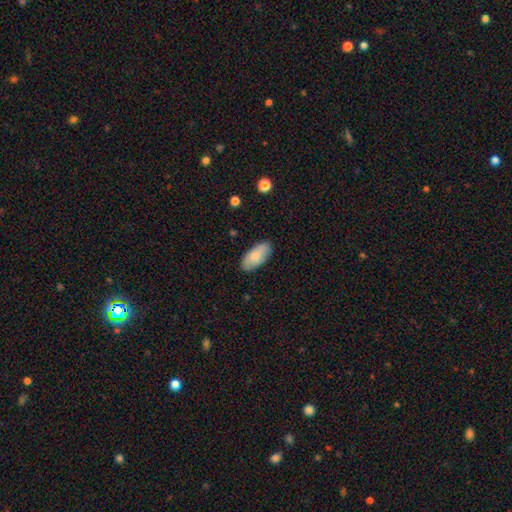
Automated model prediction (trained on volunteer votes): This appears to be a smooth galaxy with no disk features (81%) that is in between round and cigar-shaped (92%). Merging: none (86%).